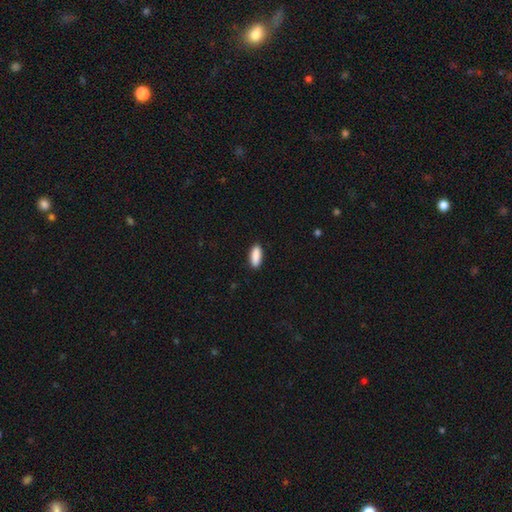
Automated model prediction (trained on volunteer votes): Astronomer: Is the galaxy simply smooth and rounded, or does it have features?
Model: smooth — 90%.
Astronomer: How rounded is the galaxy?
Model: in between — 75%.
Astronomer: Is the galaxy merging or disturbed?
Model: none — 89%.